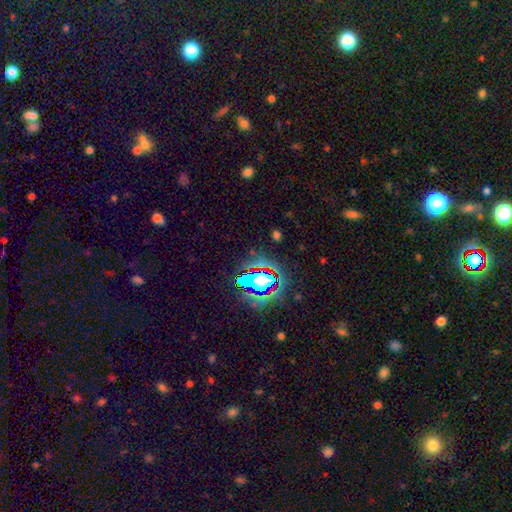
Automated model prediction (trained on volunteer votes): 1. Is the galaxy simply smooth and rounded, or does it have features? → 78% star or artifact, 14% smooth, 8% featured or disk.